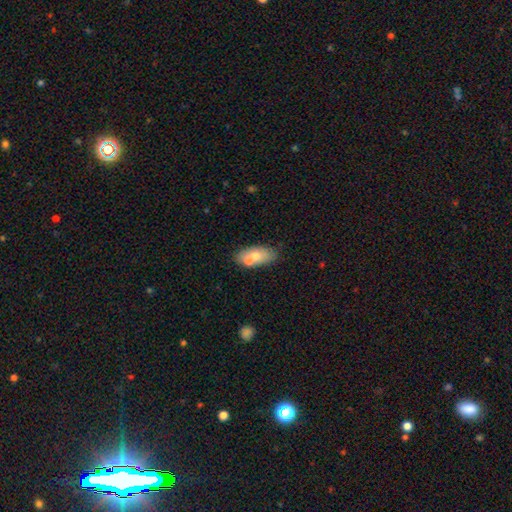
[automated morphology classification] smooth-or-featured: smooth: 66% | featured or disk: 27% | star or artifact: 8%
  how-rounded: in between: 87% | cigar-shaped: 7% | round: 6%
  merging: none: 52% | merger: 30% | minor disturbance: 14% | major disturbance: 4%